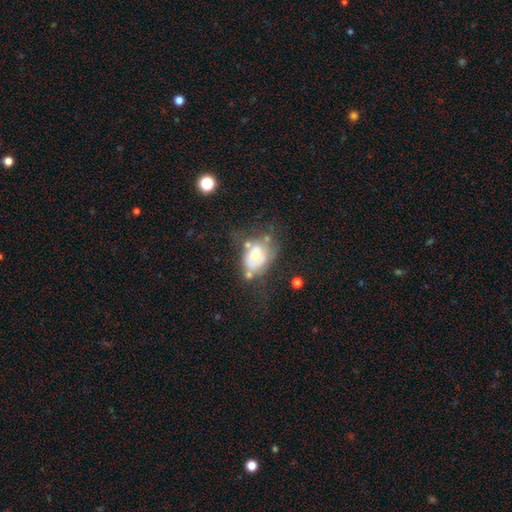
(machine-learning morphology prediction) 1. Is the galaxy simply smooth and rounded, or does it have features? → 47% smooth, 45% featured or disk, 9% star or artifact.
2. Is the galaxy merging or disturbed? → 31% none, 26% minor disturbance, 24% major disturbance, 19% merger.